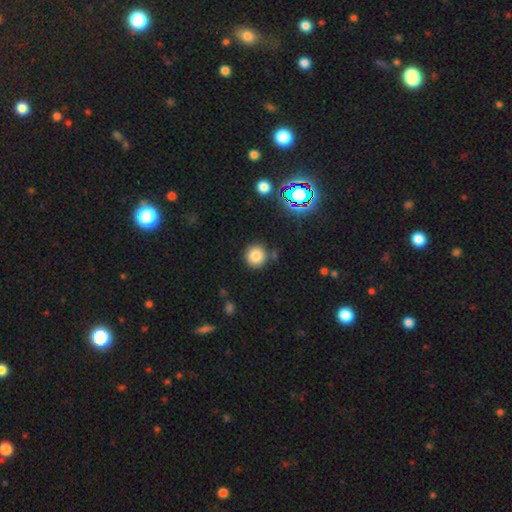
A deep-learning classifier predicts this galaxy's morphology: smooth-or-featured: smooth: 81% | star or artifact: 13% | featured or disk: 6%
  how-rounded: round: 92% | in between: 7% | cigar-shaped: 1%
  merging: none: 84% | minor disturbance: 9% | merger: 5% | major disturbance: 3%